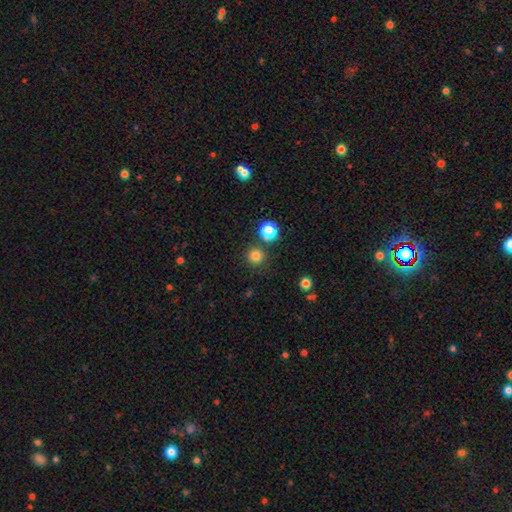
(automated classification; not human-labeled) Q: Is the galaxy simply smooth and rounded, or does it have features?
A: smooth — 79%.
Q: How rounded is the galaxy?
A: round — 95%.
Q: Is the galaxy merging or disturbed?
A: none — 82%.